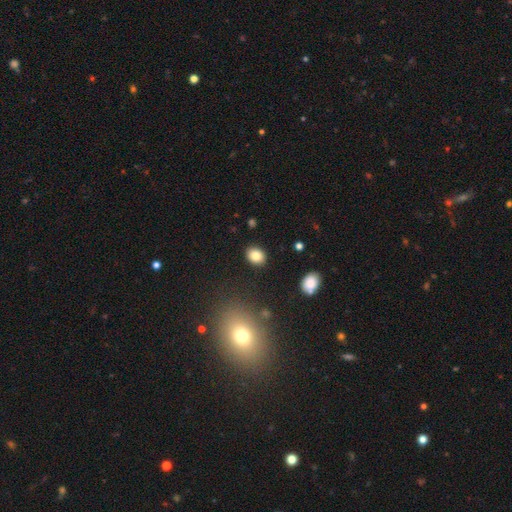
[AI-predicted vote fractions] Smooth or featured? Predicted: smooth (p=0.84). How rounded? Predicted: in between (p=0.53). Merging? Predicted: none (p=0.89).